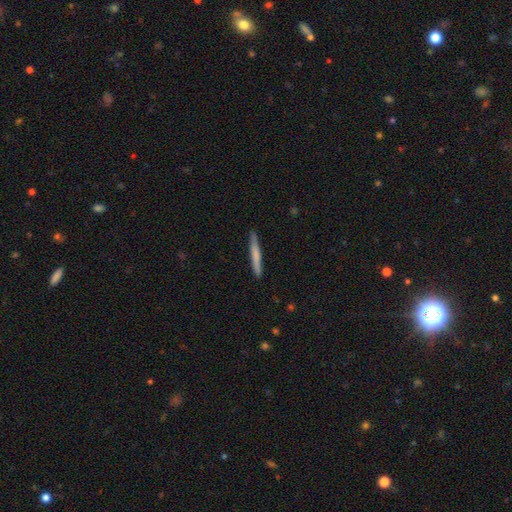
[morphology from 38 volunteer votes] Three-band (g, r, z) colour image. It shows a smooth galaxy with no disk features (61%) that is cigar-shaped (87%). Merging: none (89%).